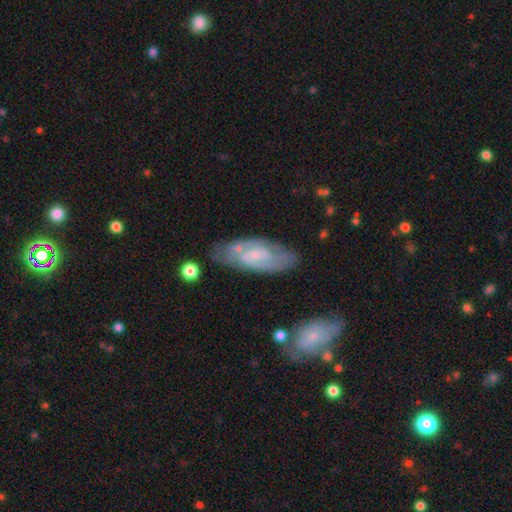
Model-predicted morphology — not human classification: Smooth or featured?
  - featured or disk: 77% *
  - smooth: 18%
  - star or artifact: 6%
Edge-on disk?
  - no: 93% *
  - yes: 7%
Bar?
  - weak: 48% *
  - no: 40%
  - strong: 12%
Spiral arms?
  - yes: 90% *
  - no: 10%
Spiral winding?
  - medium: 45% *
  - tight: 41%
  - loose: 14%
Spiral arm count?
  - 2: 70% *
  - can't tell: 19%
  - 3: 5%
  - 1: 3%
  - 4: 2%
  - more than 4: 2%
Bulge size?
  - small: 69% *
  - moderate: 22%
  - none: 7%
  - large: 2%
  - dominant: 1%
Merging?
  - none: 70% *
  - minor disturbance: 18%
  - major disturbance: 6%
  - merger: 6%